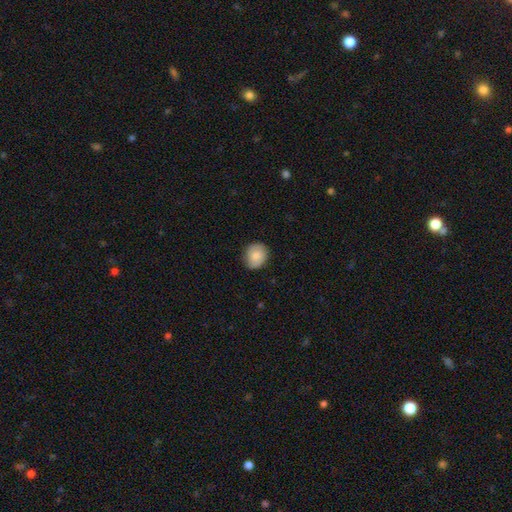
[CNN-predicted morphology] A smooth galaxy with no disk features (66%) that is round (76%). Merging: none (83%).